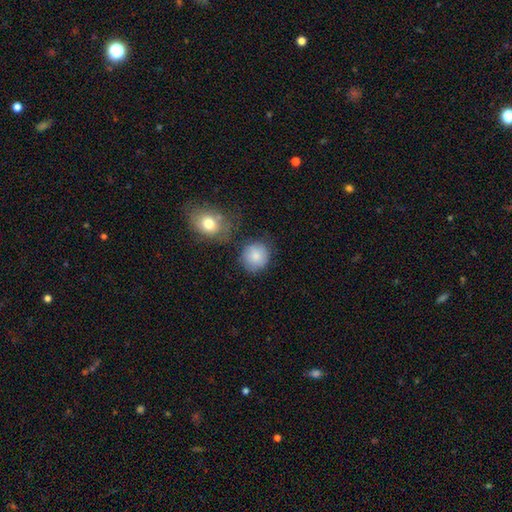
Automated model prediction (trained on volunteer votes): Q: Smooth or featured?
A: smooth (83%); runner-up: featured or disk (9%)
Q: How rounded?
A: round (85%); runner-up: in between (14%)
Q: Merging?
A: none (71%); runner-up: minor disturbance (15%)